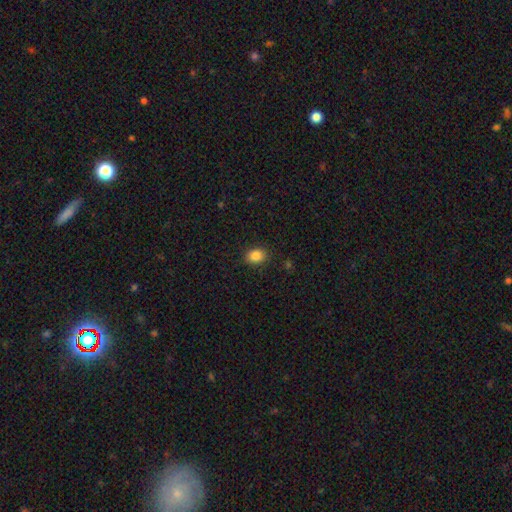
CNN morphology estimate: Smooth or featured? Predicted: smooth (p=0.86). How rounded? Predicted: in between (p=0.54). Merging? Predicted: none (p=0.88).